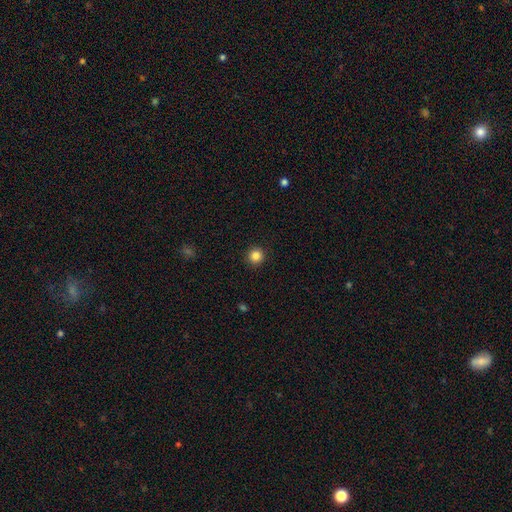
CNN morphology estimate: type=smooth (85%); roundness=round (95%); merging=none (93%).